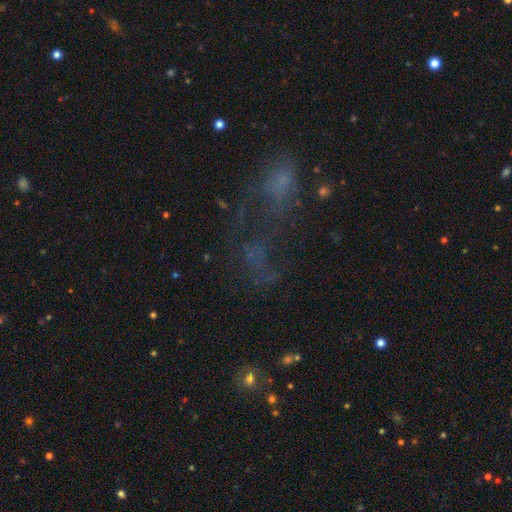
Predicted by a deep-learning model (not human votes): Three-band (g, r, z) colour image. It shows a star or artifact, not a galaxy (36%).